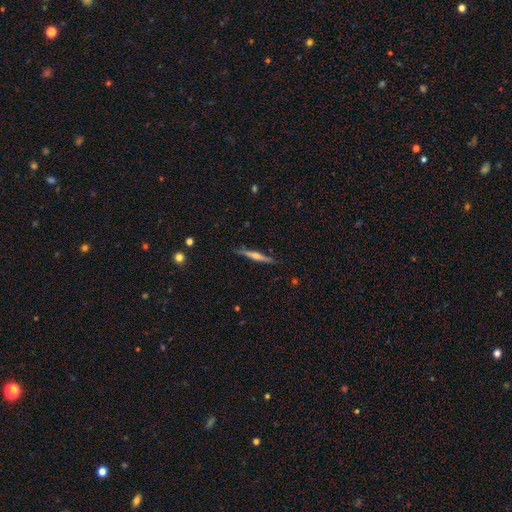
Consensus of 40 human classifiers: smooth-or-featured: featured or disk: 72% | smooth: 25% | star or artifact: 2%
  disk-edge-on: yes: 97% | no: 3%
    edge-on-bulge: rounded: 86% | none: 11% | boxy: 4%
  merging: none: 82% | minor disturbance: 8% | merger: 8% | major disturbance: 3%